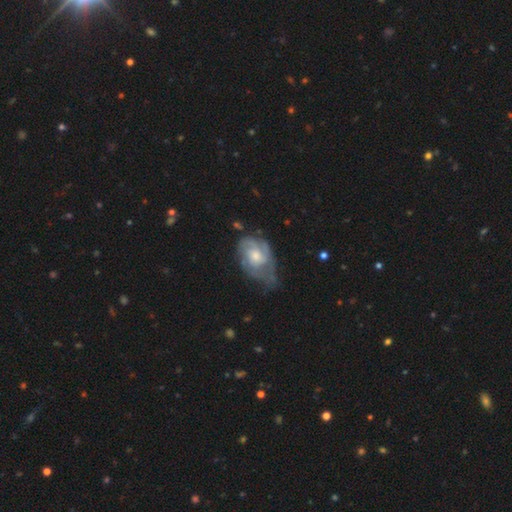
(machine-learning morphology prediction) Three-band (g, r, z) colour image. It shows a featured or disk galaxy (69%) with no bar (70%), tight (49%) spiral arms (84%) and a moderate central bulge (59%). Merging: none (36%, tied with minor disturbance).